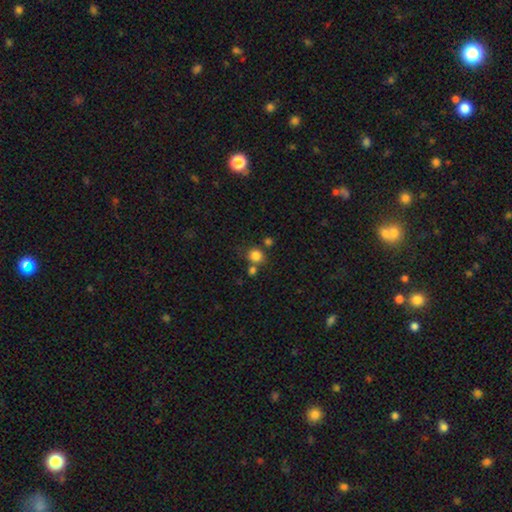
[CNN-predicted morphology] Overall: smooth (82%). How rounded: round (85%). Merging: none (67%).